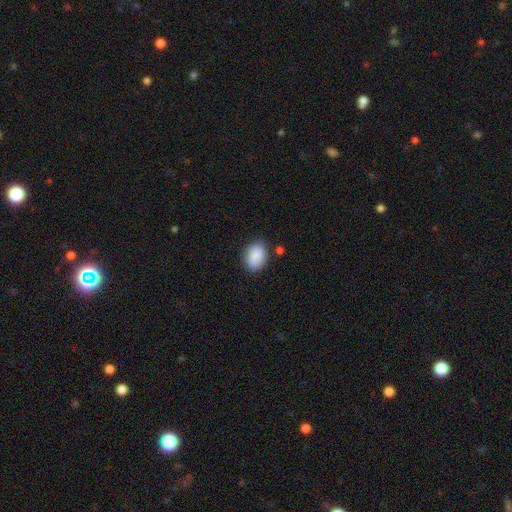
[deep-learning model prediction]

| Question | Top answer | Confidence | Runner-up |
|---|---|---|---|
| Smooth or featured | smooth | 89% | star or artifact (7%) |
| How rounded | in between | 77% | round (22%) |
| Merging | none | 79% | minor disturbance (15%) |